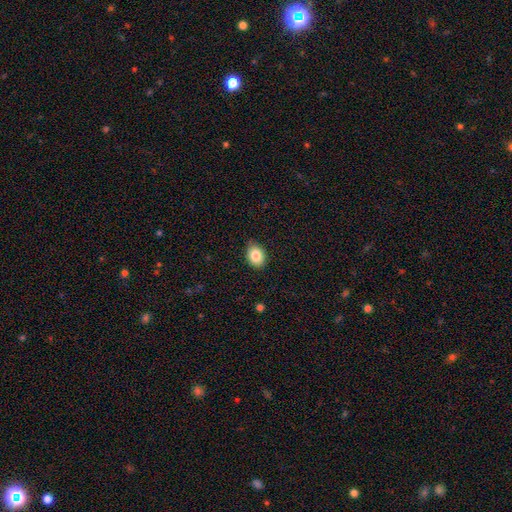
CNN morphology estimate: The model was most divided on "how rounded": in between: 67%, round: 32%, cigar-shaped: 1%. More confident: smooth or featured — smooth (84%); merging — none (80%).